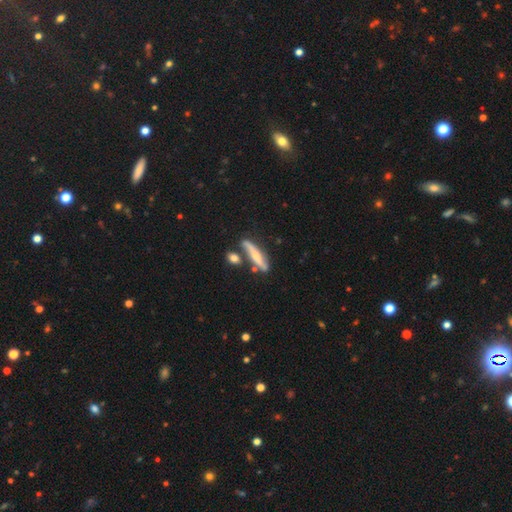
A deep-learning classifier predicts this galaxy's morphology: Smooth or featured? Predicted: featured or disk (p=0.59). Edge-on disk? Predicted: yes (p=0.65). Merging? Predicted: none (p=0.69).